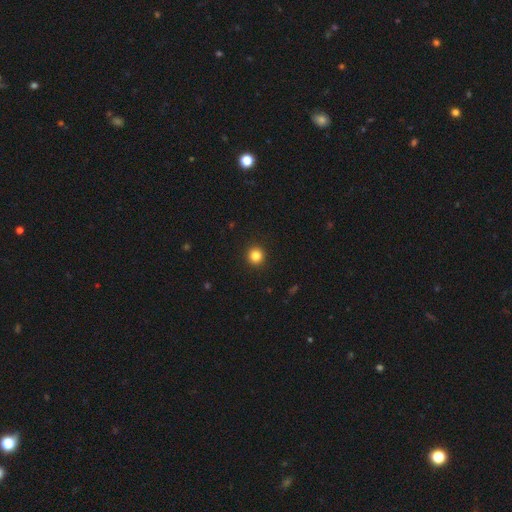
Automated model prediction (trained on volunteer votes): This appears to be a smooth galaxy with no disk features (84%) that is round (94%). Merging: none (93%).